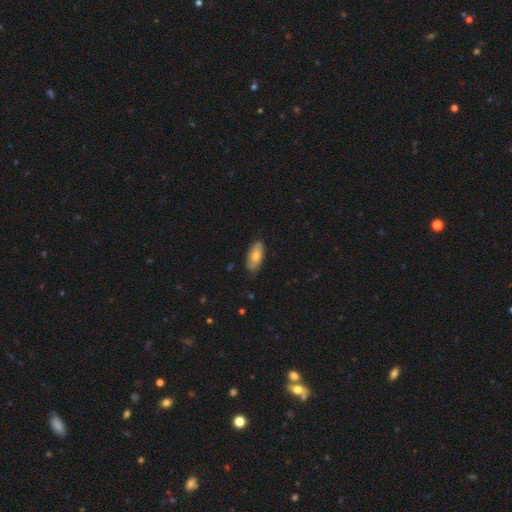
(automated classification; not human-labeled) This is likely a smooth galaxy (68%). How rounded: clearly in between (89%). Merging: likely none (78%).